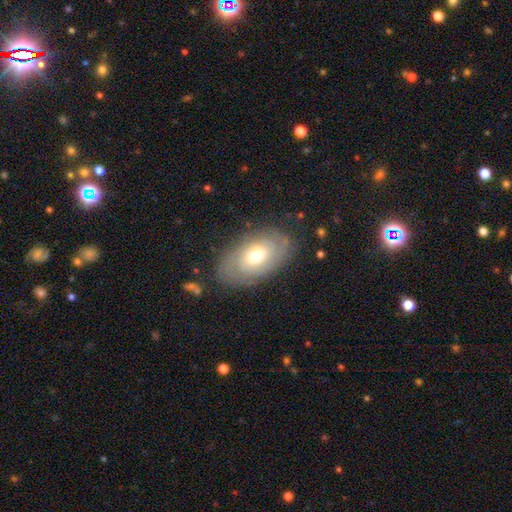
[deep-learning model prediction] Morphology: type=featured or disk (67%); edge-on=no (93%); bar=no (74%); spiral arms=yes (80%); winding=tight (72%); arm count=can't tell (44%); bulge=moderate (67%); merging=none (80%).